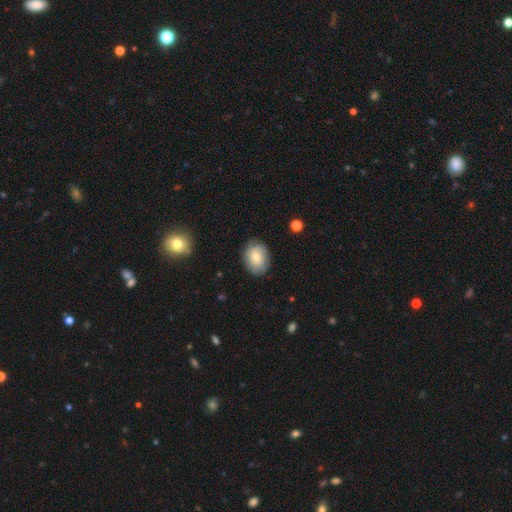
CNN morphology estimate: smooth_or_featured: smooth (p=0.70) [alt: featured or disk p=0.23]
how_rounded: in between (p=0.63) [alt: round p=0.36]
merging: none (p=0.78) [alt: minor disturbance p=0.17]